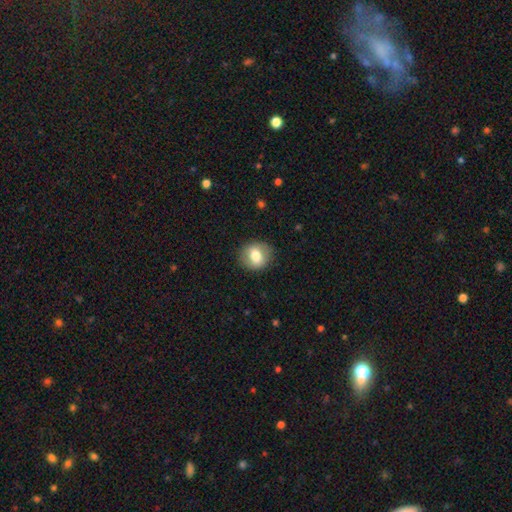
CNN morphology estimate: This appears to be a smooth galaxy with no disk features (71%) that is round (75%). Merging: none (86%).